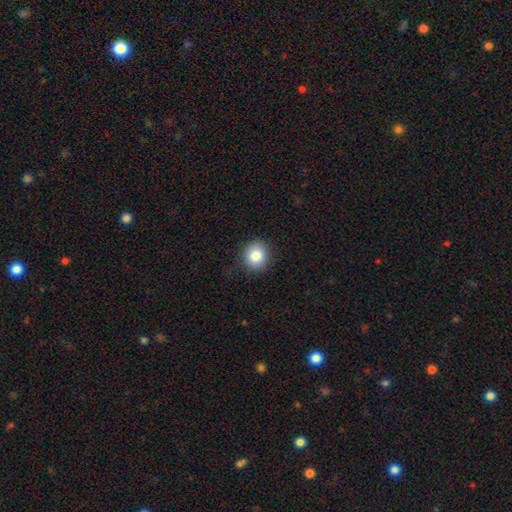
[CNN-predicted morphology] smooth 84%, star or artifact 10%, featured or disk 6%. Down the decision tree: how rounded — round (81%); merging — none (87%).